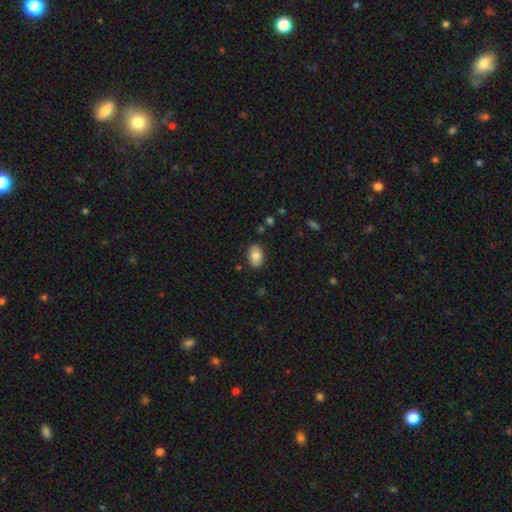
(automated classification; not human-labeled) This is clearly a smooth galaxy (82%). How rounded: clearly in between (87%). Merging: clearly none (85%).